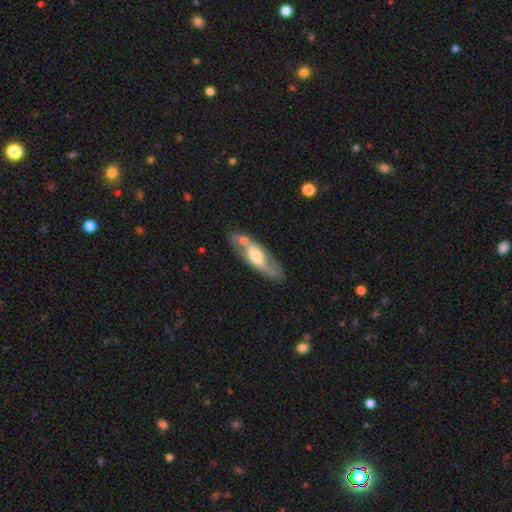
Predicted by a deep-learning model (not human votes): A featured or disk galaxy (59%). Merging: none (62%).